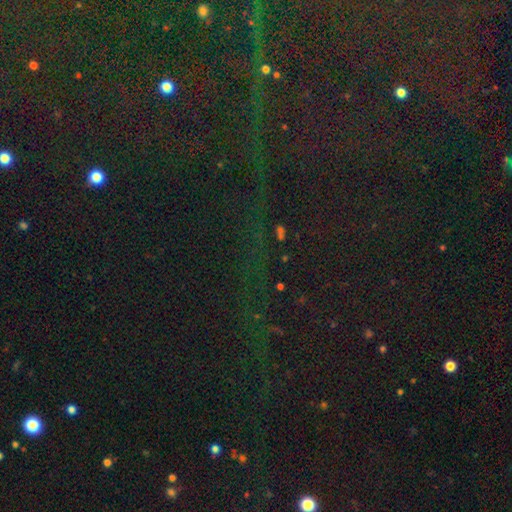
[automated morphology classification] This appears to be a star or artifact, not a galaxy (83%).